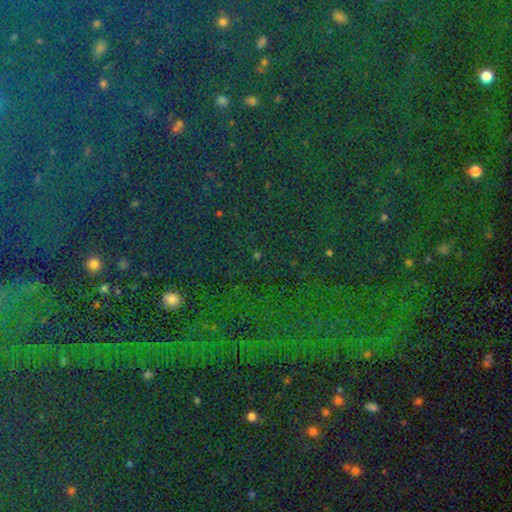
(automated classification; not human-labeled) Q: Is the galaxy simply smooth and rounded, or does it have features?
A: star or artifact — 80%.